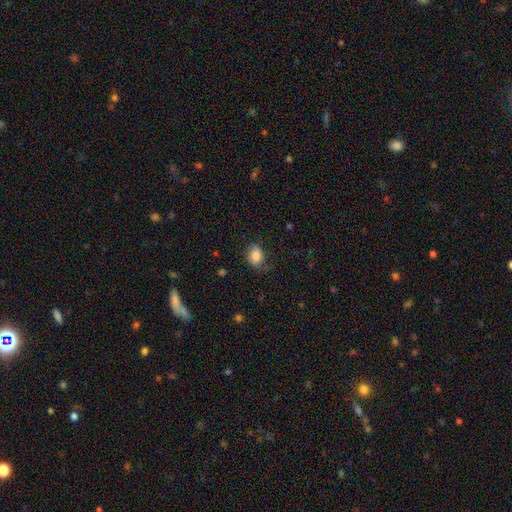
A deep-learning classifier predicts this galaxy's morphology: A smooth galaxy with no disk features (84%) that is in between round and cigar-shaped (68%). Merging: none (74%).